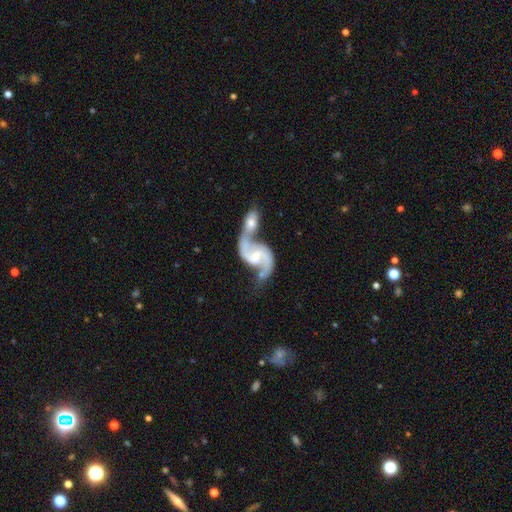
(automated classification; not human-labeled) smooth_or_featured: featured or disk (p=0.90) [alt: smooth p=0.05]
disk_edge_on: no (p=0.98) [alt: yes p=0.02]
bar: weak (p=0.47) [alt: no p=0.37]
has_spiral_arms: yes (p=0.97) [alt: no p=0.03]
spiral_winding: loose (p=0.52) [alt: medium p=0.40]
spiral_arm_count: 2 (p=0.93) [alt: can't tell p=0.02]
bulge_size: small (p=0.51) [alt: moderate p=0.41]
merging: merger (p=0.64) [alt: none p=0.21]